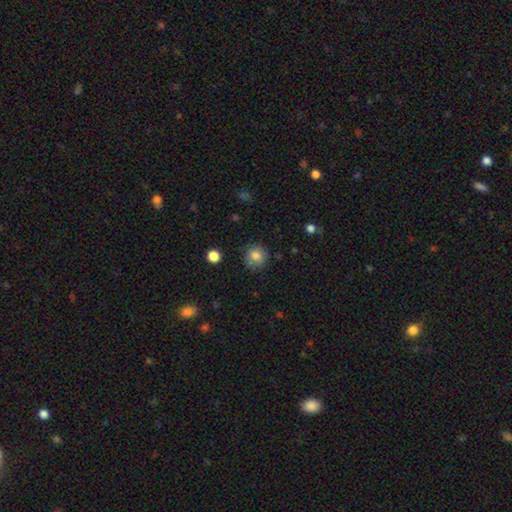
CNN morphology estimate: Smooth or featured: smooth — 83% (star or artifact — 10%)
How rounded: round — 90% (in between — 9%)
Merging: none — 84% (minor disturbance — 11%)